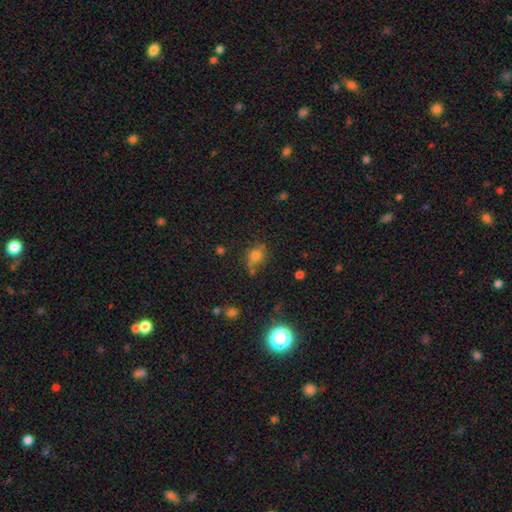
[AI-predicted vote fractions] The model was most divided on "how rounded": round: 60%, in between: 38%, cigar-shaped: 1%. More confident: smooth or featured — smooth (72%); merging — none (59%).